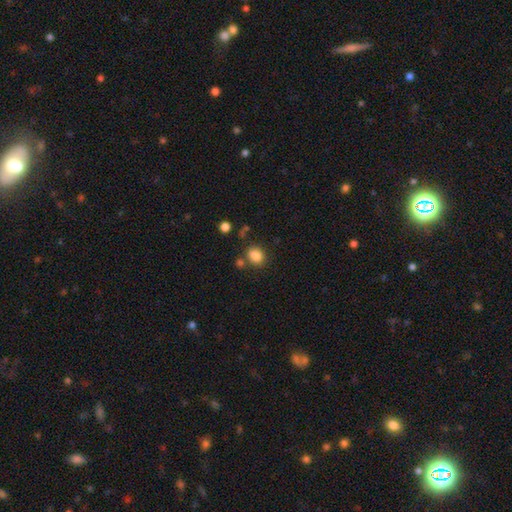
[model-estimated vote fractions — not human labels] smooth-or-featured: smooth: 84% | star or artifact: 11% | featured or disk: 5%
  how-rounded: round: 51% | in between: 48% | cigar-shaped: 1%
  merging: none: 68% | minor disturbance: 14% | merger: 13% | major disturbance: 5%